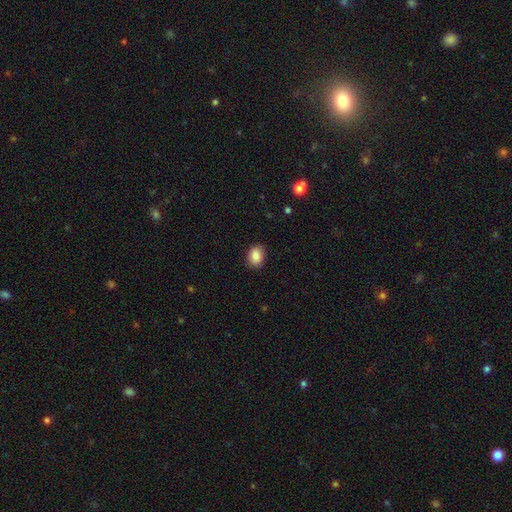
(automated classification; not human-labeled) Smooth or featured? Predicted: smooth (p=0.86). How rounded? Predicted: in between (p=0.62). Merging? Predicted: none (p=0.87).